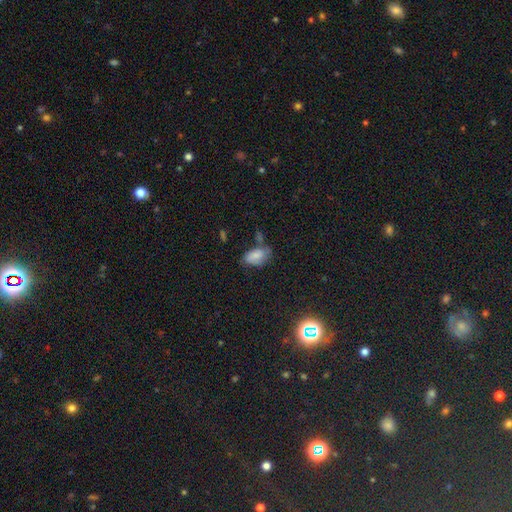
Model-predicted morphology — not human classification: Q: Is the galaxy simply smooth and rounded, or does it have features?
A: smooth — 72%.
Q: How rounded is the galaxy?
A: in between — 92%.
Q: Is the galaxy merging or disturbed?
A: none — 44%.